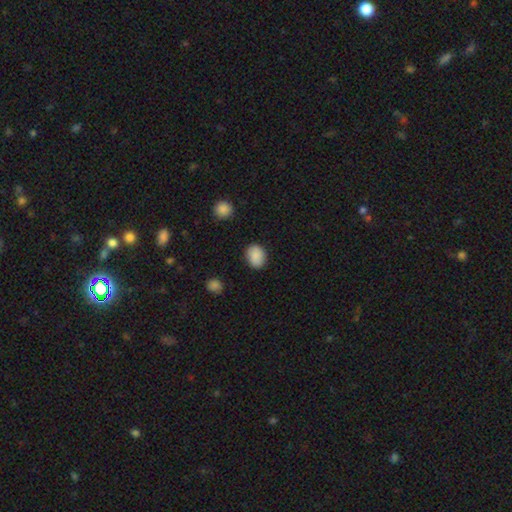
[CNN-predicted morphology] Smooth or featured? Predicted: smooth (p=0.89). How rounded? Predicted: in between (p=0.57). Merging? Predicted: none (p=0.86).